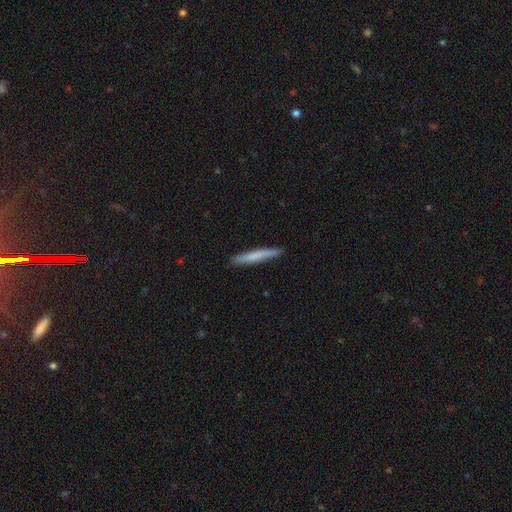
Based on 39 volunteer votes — smooth-or-featured: smooth: 72% | featured or disk: 28% | star or artifact: 0%
  how-rounded: cigar-shaped: 93% | in between: 7% | round: 0%
  merging: none: 92% | minor disturbance: 5% | major disturbance: 3% | merger: 0%